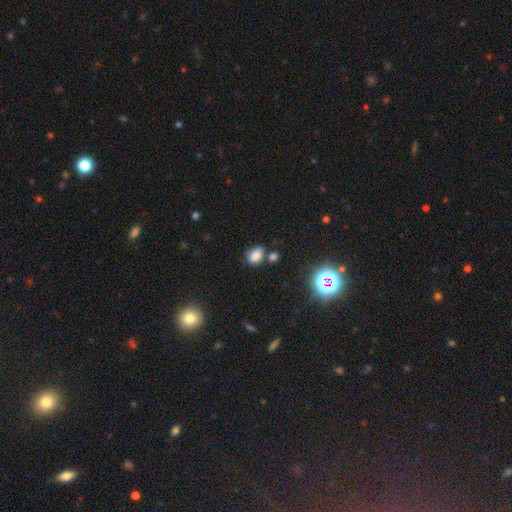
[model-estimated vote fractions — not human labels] This appears to be a smooth galaxy with no disk features (79%) that is in between round and cigar-shaped (79%). Merging: none (60%).